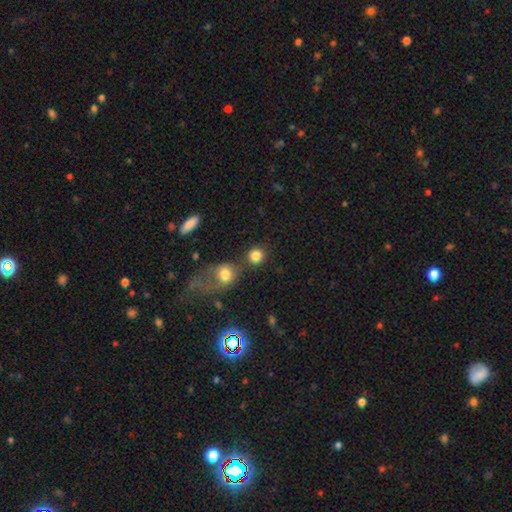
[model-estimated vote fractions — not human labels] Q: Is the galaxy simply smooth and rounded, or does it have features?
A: smooth — 83%.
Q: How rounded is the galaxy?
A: round — 87%.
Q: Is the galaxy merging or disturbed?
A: none — 65%.